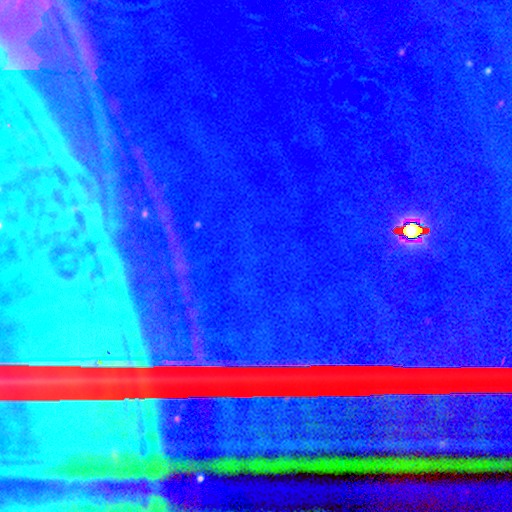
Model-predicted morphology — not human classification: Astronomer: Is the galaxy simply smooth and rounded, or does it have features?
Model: star or artifact — 87%.